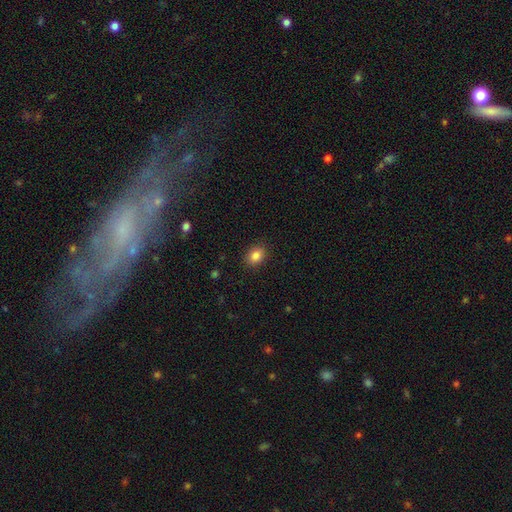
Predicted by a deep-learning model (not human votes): This is clearly a smooth galaxy (86%). How rounded: possibly in between (59%). Merging: clearly none (88%).